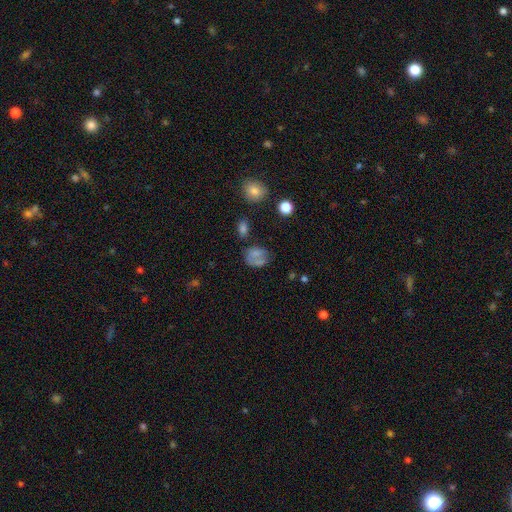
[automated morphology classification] A smooth galaxy with no disk features (63%) that is in between round and cigar-shaped (52%).

Vote fractions:
- Smooth or featured? smooth: 63% / featured or disk: 25% / star or artifact: 12%
- How rounded? in between: 52% / round: 46% / cigar-shaped: 1%
- Merging? none: 43% / minor disturbance: 24% / major disturbance: 18% / merger: 15%